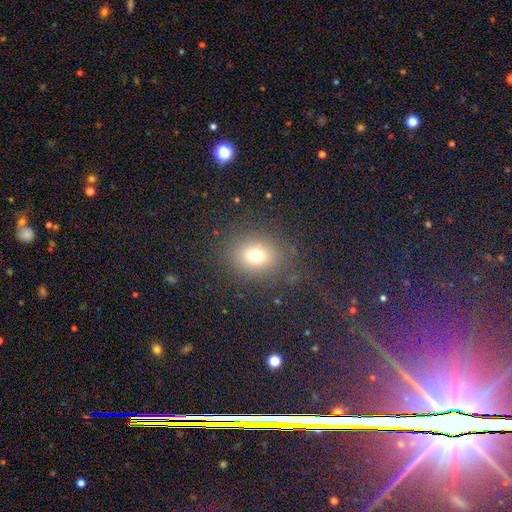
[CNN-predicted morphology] Smooth or featured? Predicted: smooth (p=0.72). How rounded? Predicted: round (p=0.57). Merging? Predicted: none (p=0.81).